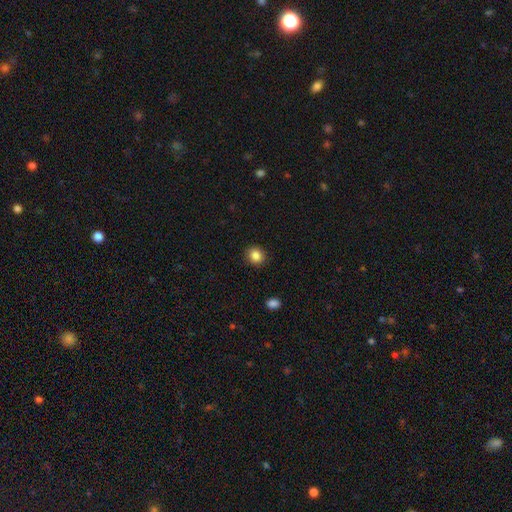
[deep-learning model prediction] This appears to be a smooth galaxy with no disk features (86%) that is round (81%). Merging: none (91%).